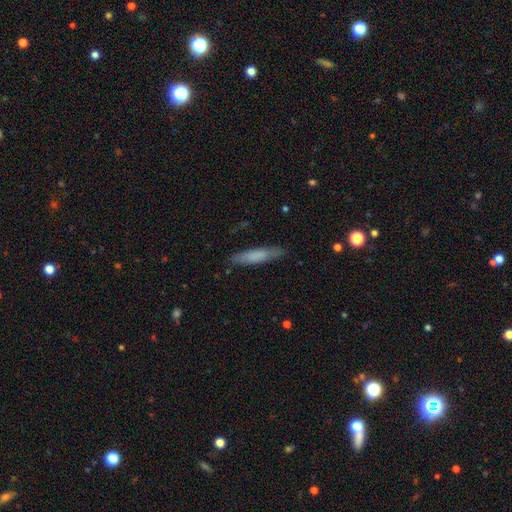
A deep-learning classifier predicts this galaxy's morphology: A smooth galaxy with no disk features (73%) that is cigar-shaped (85%).

Vote fractions:
- Smooth or featured? smooth: 73% / featured or disk: 21% / star or artifact: 6%
- How rounded? cigar-shaped: 85% / in between: 14% / round: 1%
- Merging? none: 85% / minor disturbance: 11% / major disturbance: 2% / merger: 1%